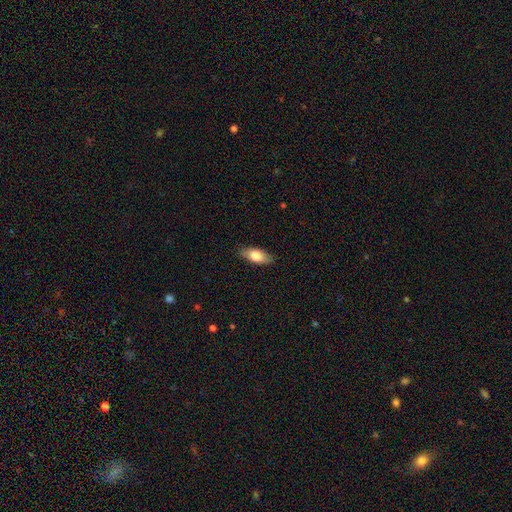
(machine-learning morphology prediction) The model was most divided on "smooth or featured": smooth: 79%, featured or disk: 15%, star or artifact: 6%. More confident: merging — none (87%); how rounded — in between (85%).